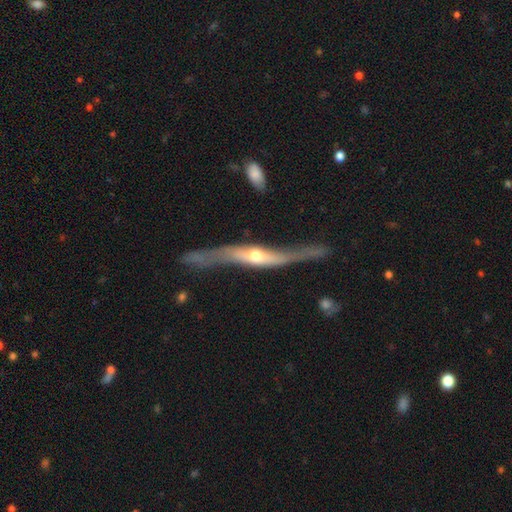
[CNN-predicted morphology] Q: Smooth or featured?
A: featured or disk (78%); runner-up: smooth (17%)
Q: Edge-on disk?
A: yes (80%); runner-up: no (20%)
Q: Edge-on bulge?
A: rounded (87%); runner-up: boxy (7%)
Q: Merging?
A: none (54%); runner-up: minor disturbance (24%)